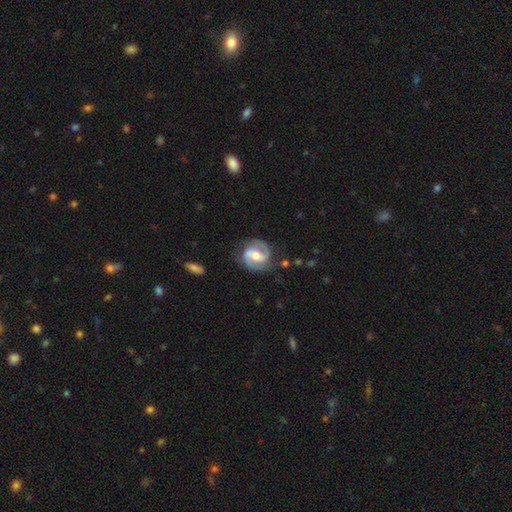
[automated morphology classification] The model was most divided on "bar": weak: 43%, strong: 35%, no: 23%. More confident: edge-on disk — no (98%); spiral arms — yes (96%); spiral arm count — 2 (91%); smooth or featured — featured or disk (87%); merging — none (78%); bulge size — moderate (65%); spiral winding — medium (52%).